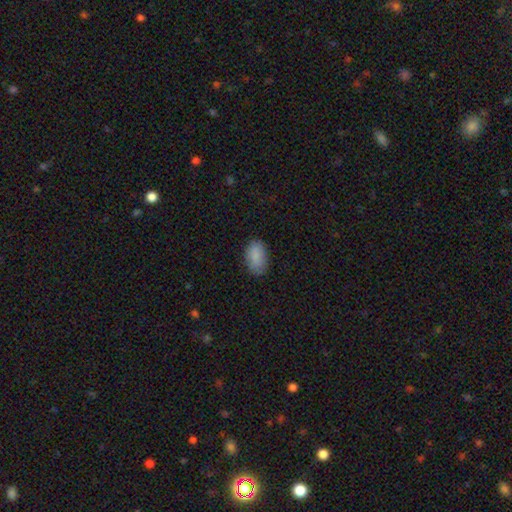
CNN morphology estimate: A smooth galaxy with no disk features (88%) that is in between round and cigar-shaped (92%).

Vote fractions:
- Smooth or featured? smooth: 88% / star or artifact: 7% / featured or disk: 5%
- How rounded? in between: 92% / round: 7% / cigar-shaped: 2%
- Merging? none: 80% / minor disturbance: 16% / major disturbance: 3% / merger: 1%